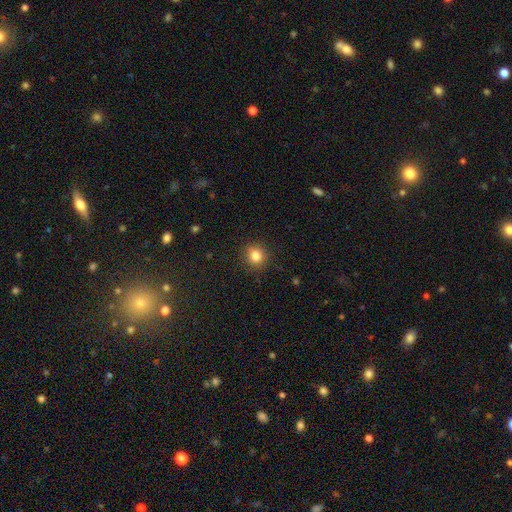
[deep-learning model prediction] This appears to be a smooth galaxy with no disk features (83%) that is round (84%). Merging: none (88%).